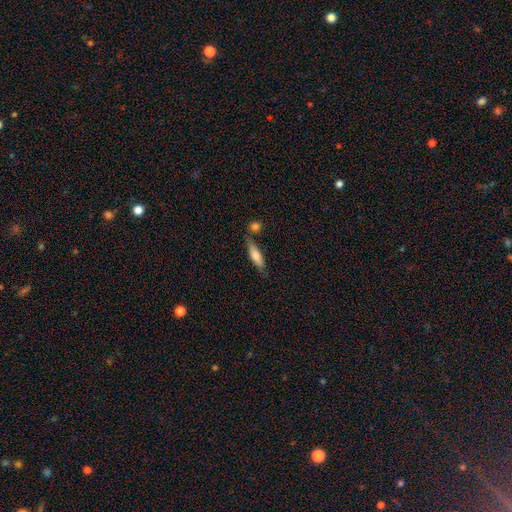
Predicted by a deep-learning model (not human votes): smooth 74%, featured or disk 21%, star or artifact 6%. Down the decision tree: how rounded — cigar-shaped (64%); merging — none (68%).